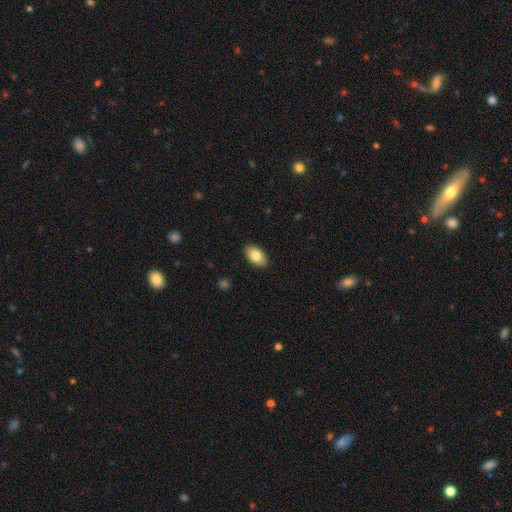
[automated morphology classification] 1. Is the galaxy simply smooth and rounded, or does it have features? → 83% smooth, 10% featured or disk, 7% star or artifact.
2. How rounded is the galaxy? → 93% in between, 5% round, 1% cigar-shaped.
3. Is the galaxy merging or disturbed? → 90% none, 8% minor disturbance, 2% major disturbance, 1% merger.